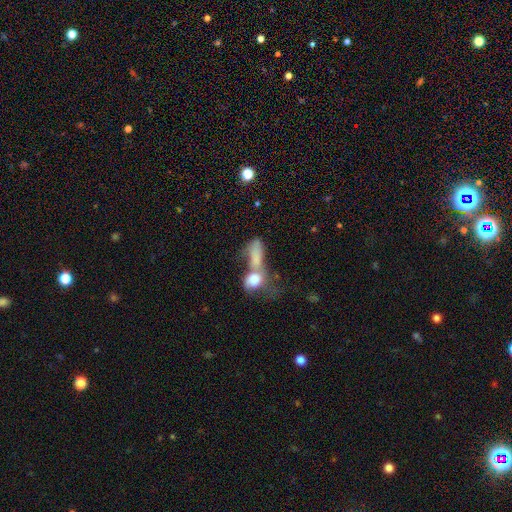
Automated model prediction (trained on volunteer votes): smooth-or-featured: smooth: 72% | featured or disk: 19% | star or artifact: 9%
  how-rounded: in between: 75% | round: 14% | cigar-shaped: 11%
  merging: merger: 74% | major disturbance: 11% | none: 10% | minor disturbance: 6%